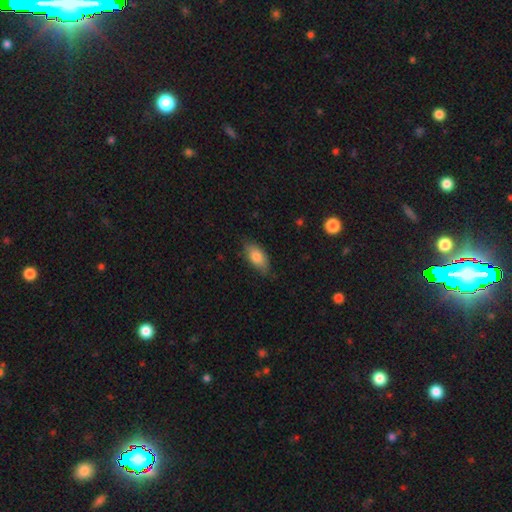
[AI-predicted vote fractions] Smooth or featured: smooth — 81% (featured or disk — 13%)
How rounded: in between — 89% (cigar-shaped — 8%)
Merging: none — 75% (minor disturbance — 21%)